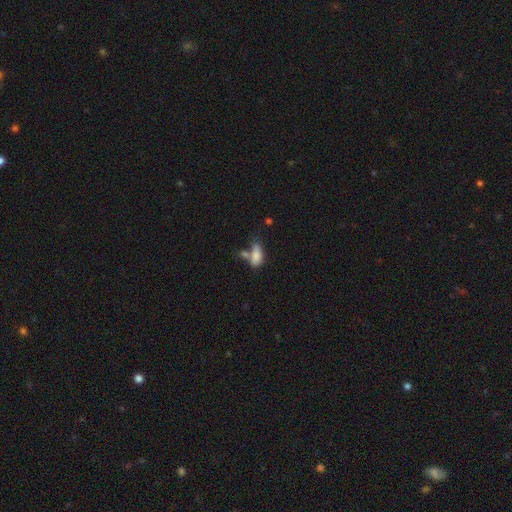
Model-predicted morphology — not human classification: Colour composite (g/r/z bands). It shows a smooth galaxy with no disk features (80%) that is in between round and cigar-shaped (84%). Merging: merger (34%).